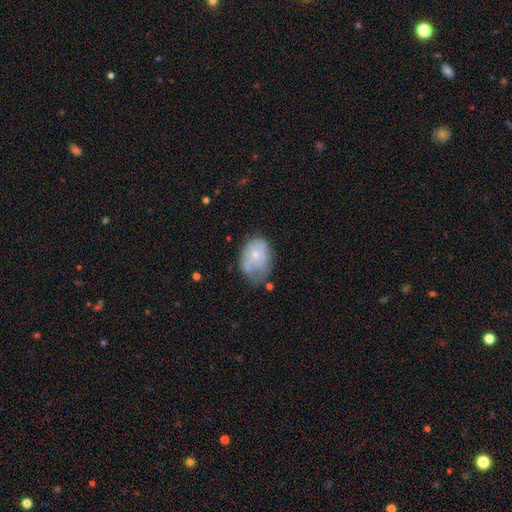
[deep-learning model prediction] smooth 55%, featured or disk 37%, star or artifact 8%. Down the decision tree: how rounded — in between (74%); merging — minor disturbance (38%).